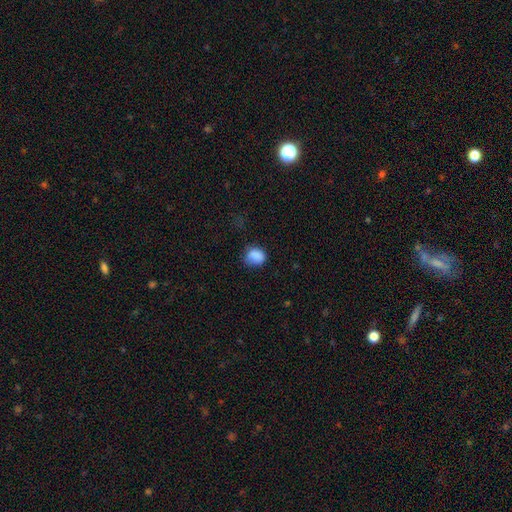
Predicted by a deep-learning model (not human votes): Smooth or featured? Predicted: smooth (p=0.85). How rounded? Predicted: round (p=0.52). Merging? Predicted: none (p=0.58).